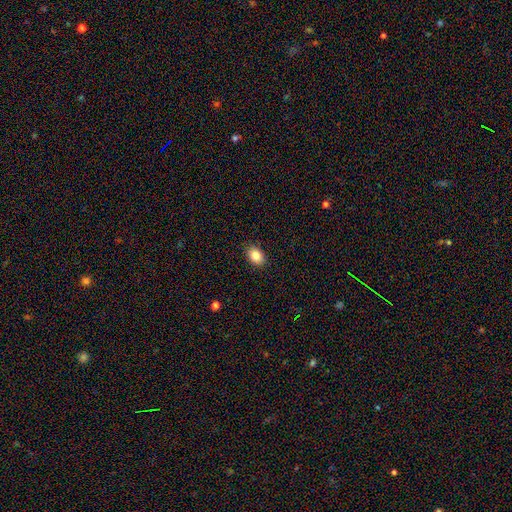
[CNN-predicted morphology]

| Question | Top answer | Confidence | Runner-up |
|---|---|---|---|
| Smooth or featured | smooth | 85% | star or artifact (9%) |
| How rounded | in between | 75% | round (24%) |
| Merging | none | 88% | minor disturbance (9%) |